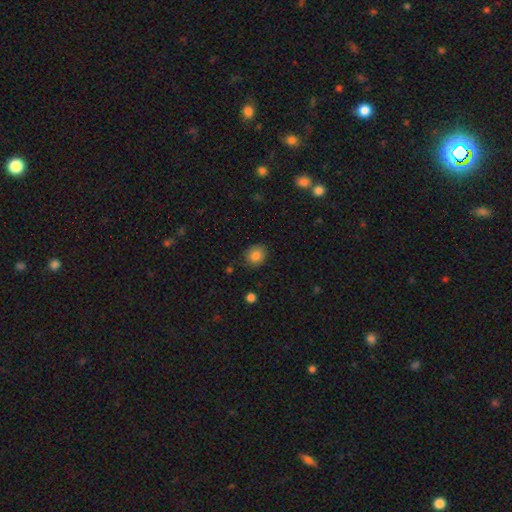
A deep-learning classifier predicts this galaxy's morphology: type=smooth (84%); roundness=round (74%); merging=none (85%).